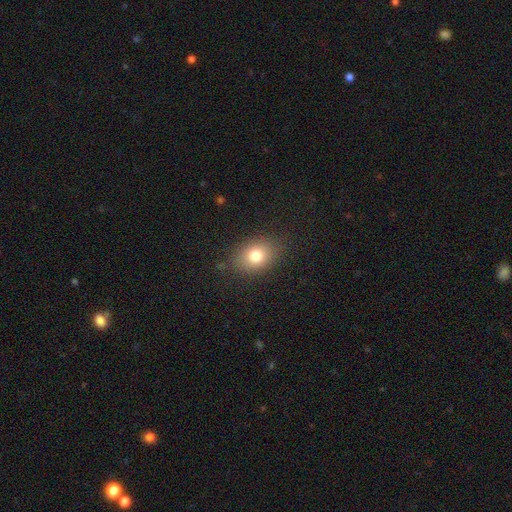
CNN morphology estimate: A smooth galaxy with no disk features (78%) that is in between round and cigar-shaped (68%).

Vote fractions:
- Smooth or featured? smooth: 78% / star or artifact: 11% / featured or disk: 11%
- How rounded? in between: 68% / round: 31% / cigar-shaped: 1%
- Merging? none: 83% / minor disturbance: 12% / major disturbance: 4% / merger: 1%